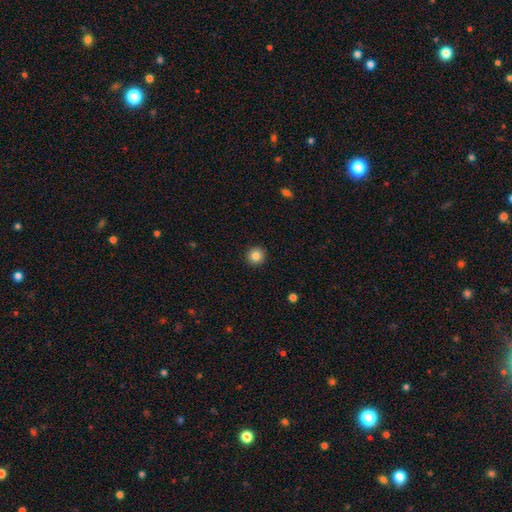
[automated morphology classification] This appears to be a smooth galaxy with no disk features (84%) that is round (94%). Merging: none (93%).